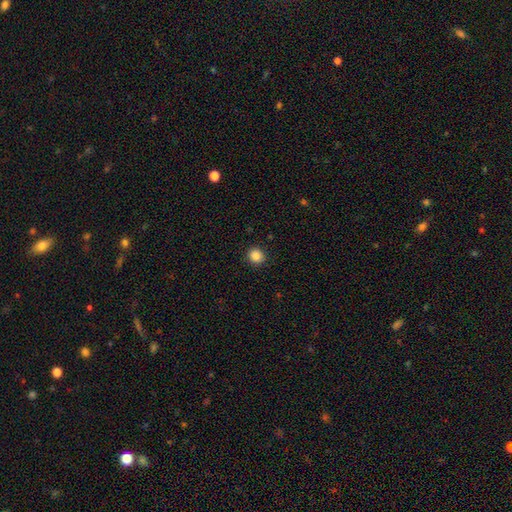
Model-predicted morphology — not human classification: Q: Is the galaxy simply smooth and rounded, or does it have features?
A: smooth — 87%.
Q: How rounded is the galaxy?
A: round — 89%.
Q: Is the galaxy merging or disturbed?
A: none — 91%.